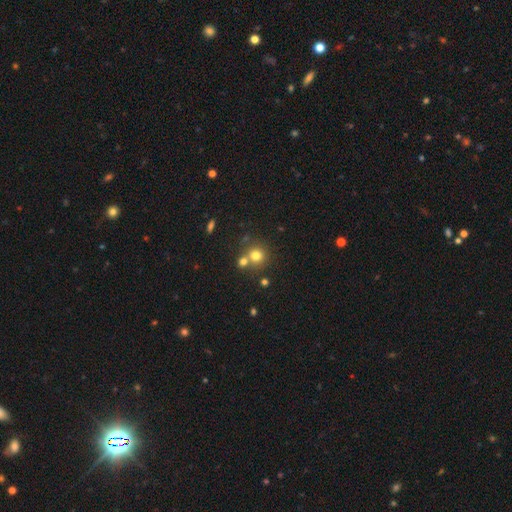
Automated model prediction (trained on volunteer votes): smooth_or_featured: smooth (p=0.75) [alt: star or artifact p=0.15]
how_rounded: round (p=0.87) [alt: in between p=0.12]
merging: none (p=0.57) [alt: merger p=0.32]